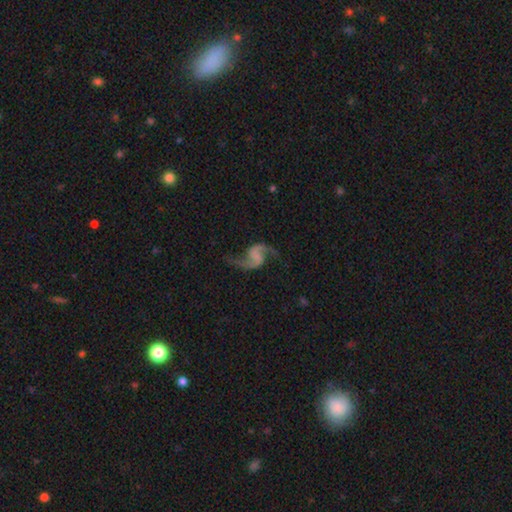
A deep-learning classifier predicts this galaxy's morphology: This appears to be a featured or disk galaxy (90%) with no bar (49%), 2 (94%) loose (78%) spiral arms (97%) and no central bulge (70%). Merging: none (78%).